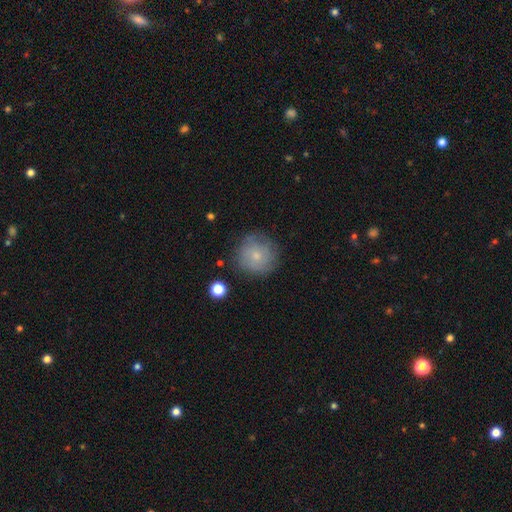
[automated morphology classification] The model was most divided on "smooth or featured": smooth: 68%, featured or disk: 23%, star or artifact: 9%. More confident: how rounded — round (93%); merging — none (78%).